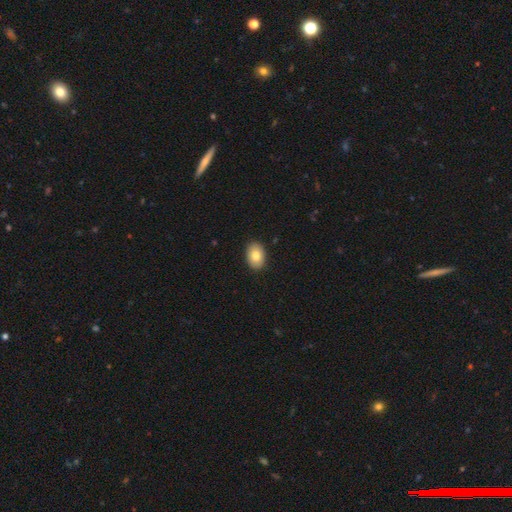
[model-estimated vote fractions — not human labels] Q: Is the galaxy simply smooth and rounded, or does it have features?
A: smooth — 82%.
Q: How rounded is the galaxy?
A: in between — 80%.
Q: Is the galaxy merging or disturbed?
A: none — 90%.